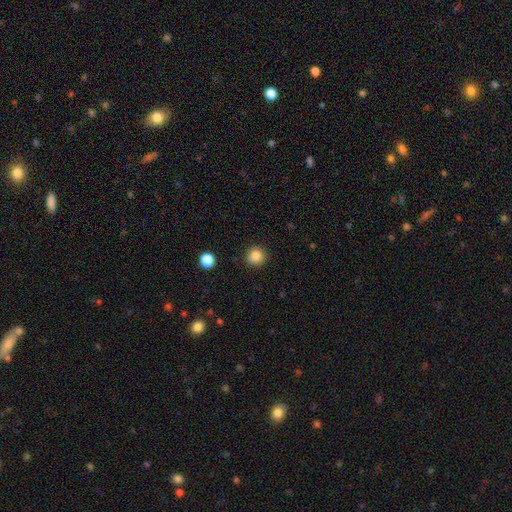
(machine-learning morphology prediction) This is clearly a smooth galaxy (85%). How rounded: clearly round (93%). Merging: clearly none (91%).